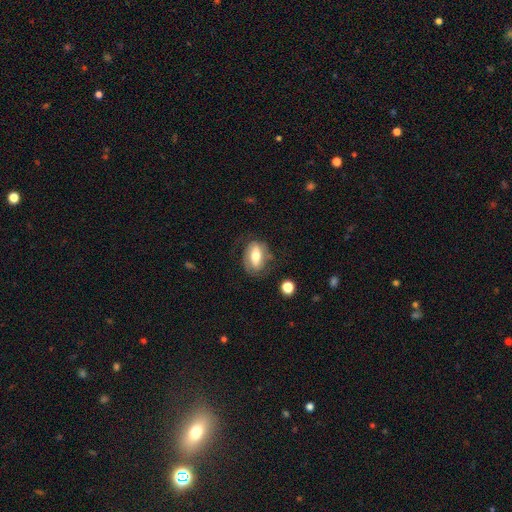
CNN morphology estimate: type=smooth (48%); merging=none (61%).